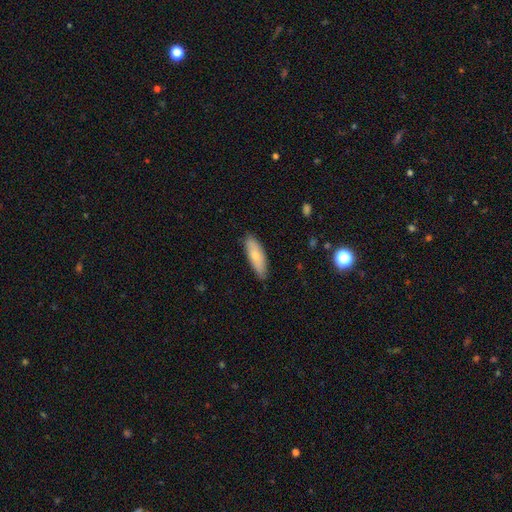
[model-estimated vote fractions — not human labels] This appears to be a smooth galaxy with no disk features (70%) that is in between round and cigar-shaped (58%). Merging: none (82%).